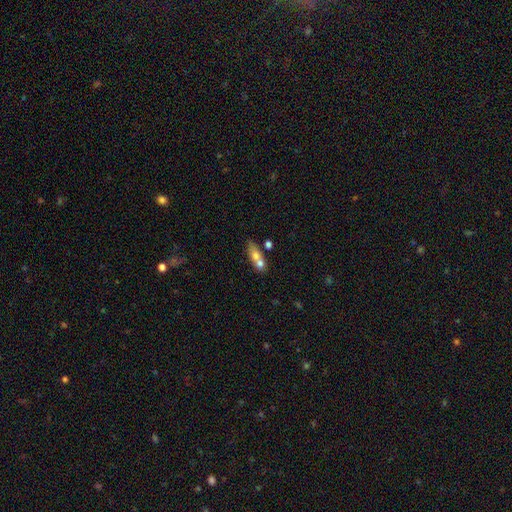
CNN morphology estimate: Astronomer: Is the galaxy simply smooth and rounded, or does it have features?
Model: smooth — 63%.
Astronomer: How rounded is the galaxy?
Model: in between — 58%.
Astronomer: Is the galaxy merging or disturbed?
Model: merger — 53% (runner-up: none, 32%).